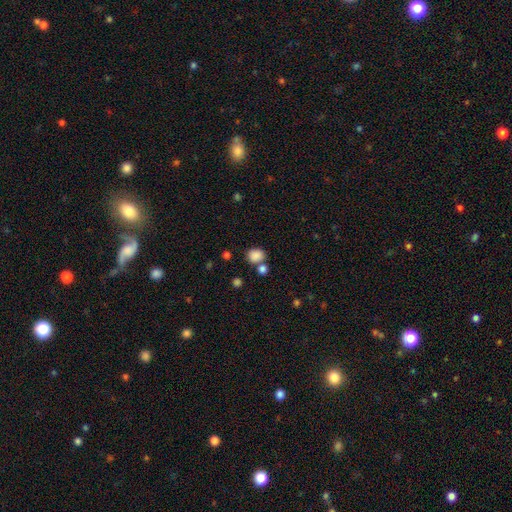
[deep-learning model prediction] Smooth or featured? Predicted: smooth (p=0.85). How rounded? Predicted: round (p=0.54). Merging? Predicted: none (p=0.63).